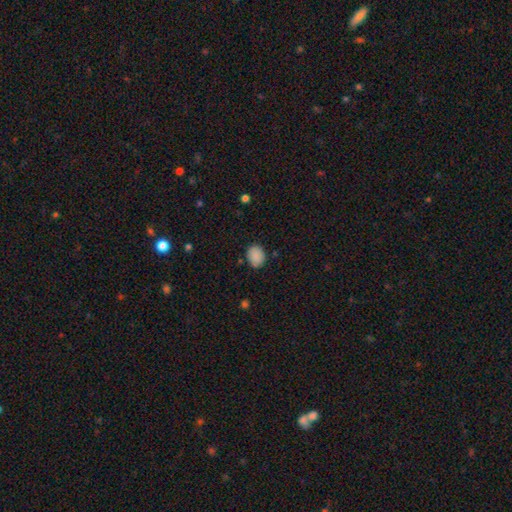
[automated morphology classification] Smooth or featured? Predicted: smooth (p=0.88). How rounded? Predicted: in between (p=0.59). Merging? Predicted: none (p=0.81).